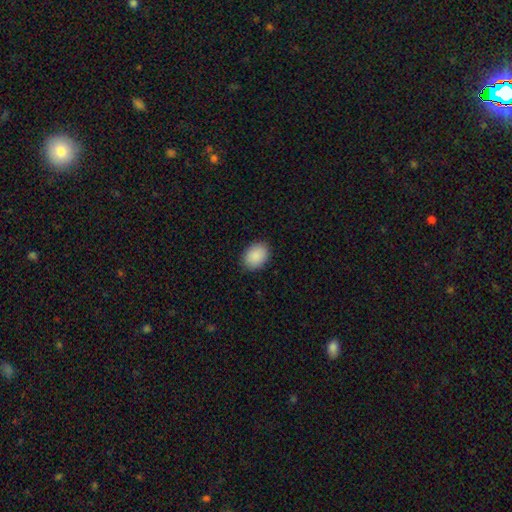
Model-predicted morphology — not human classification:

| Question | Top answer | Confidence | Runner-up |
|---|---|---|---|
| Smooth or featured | smooth | 90% | star or artifact (7%) |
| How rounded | in between | 66% | round (34%) |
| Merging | none | 89% | minor disturbance (8%) |